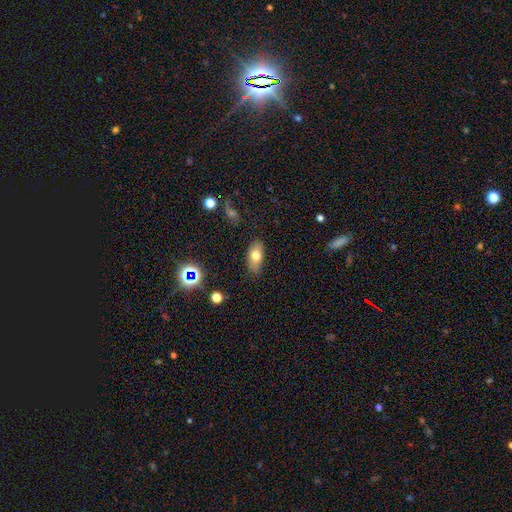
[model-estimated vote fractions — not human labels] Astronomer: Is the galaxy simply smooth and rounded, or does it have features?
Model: smooth — 73%.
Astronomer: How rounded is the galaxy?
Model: in between — 88%.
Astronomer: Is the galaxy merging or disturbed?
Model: none — 81%.